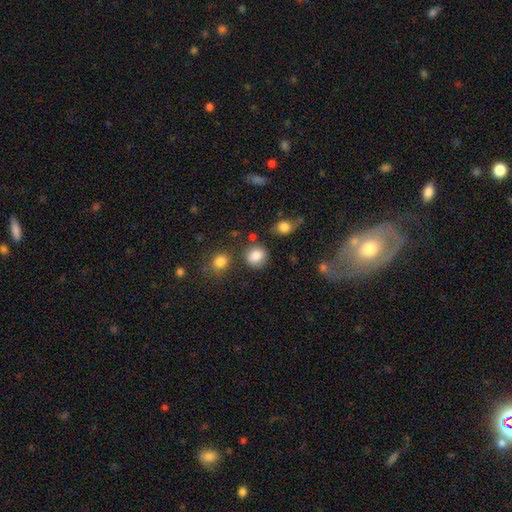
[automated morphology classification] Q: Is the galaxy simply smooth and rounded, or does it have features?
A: smooth — 85%.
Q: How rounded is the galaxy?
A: round — 81%.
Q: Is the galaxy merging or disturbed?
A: none — 79%.